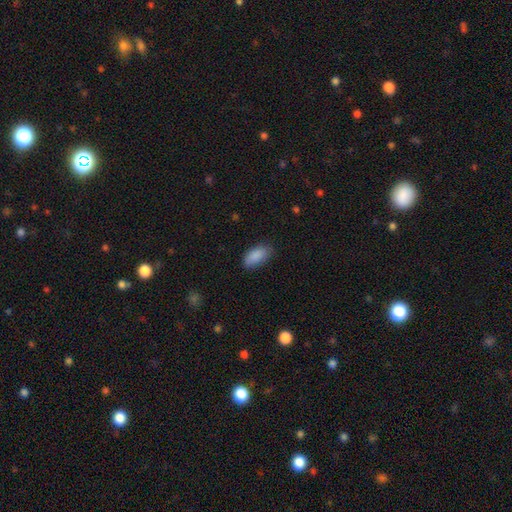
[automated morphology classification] Smooth or featured: smooth — 89% (star or artifact — 7%)
How rounded: in between — 91% (cigar-shaped — 6%)
Merging: none — 80% (minor disturbance — 16%)